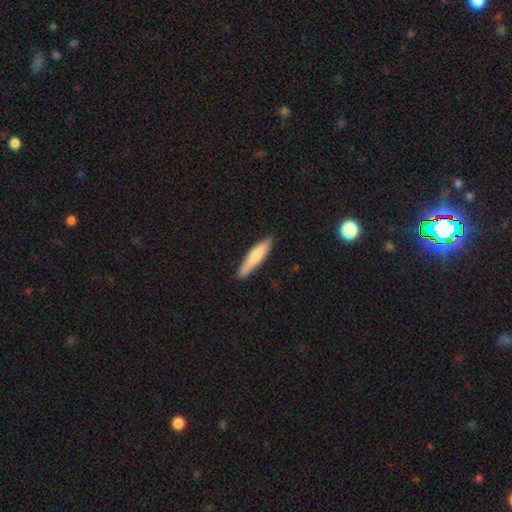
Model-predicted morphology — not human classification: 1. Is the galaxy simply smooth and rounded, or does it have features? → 70% smooth, 25% featured or disk, 5% star or artifact.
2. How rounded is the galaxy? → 83% cigar-shaped, 16% in between, 1% round.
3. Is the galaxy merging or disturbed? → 86% none, 11% minor disturbance, 2% major disturbance, 1% merger.